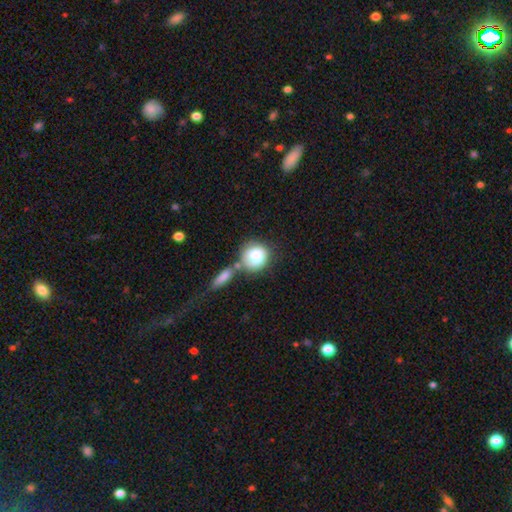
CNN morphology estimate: Smooth or featured?
  - smooth: 77% *
  - featured or disk: 16%
  - star or artifact: 7%
How rounded?
  - round: 82% *
  - in between: 16%
  - cigar-shaped: 1%
Merging?
  - none: 43% *
  - merger: 30%
  - minor disturbance: 18%
  - major disturbance: 10%